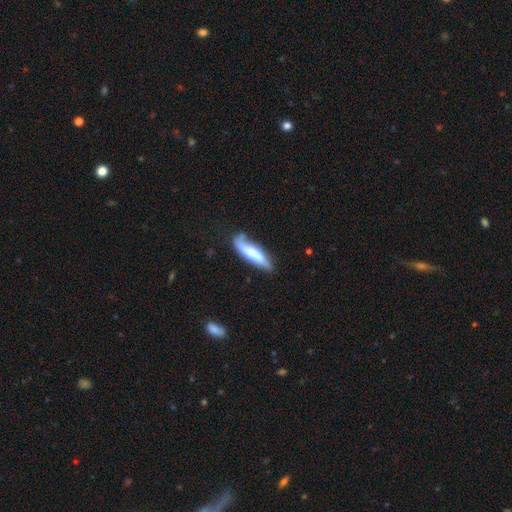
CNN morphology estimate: type=smooth (61%); roundness=cigar-shaped (69%); merging=none (56%).